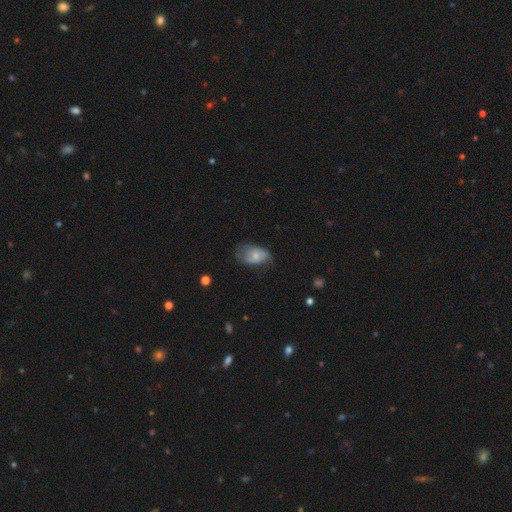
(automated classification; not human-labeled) Q: Smooth or featured?
A: smooth (56%); runner-up: featured or disk (37%)
Q: How rounded?
A: in between (88%); runner-up: round (10%)
Q: Merging?
A: none (45%); runner-up: minor disturbance (34%)